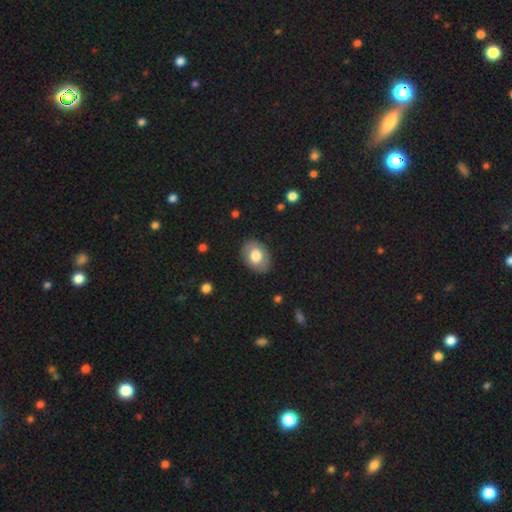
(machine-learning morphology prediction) Q: Smooth or featured?
A: smooth (74%); runner-up: featured or disk (19%)
Q: How rounded?
A: in between (78%); runner-up: round (21%)
Q: Merging?
A: none (86%); runner-up: minor disturbance (10%)